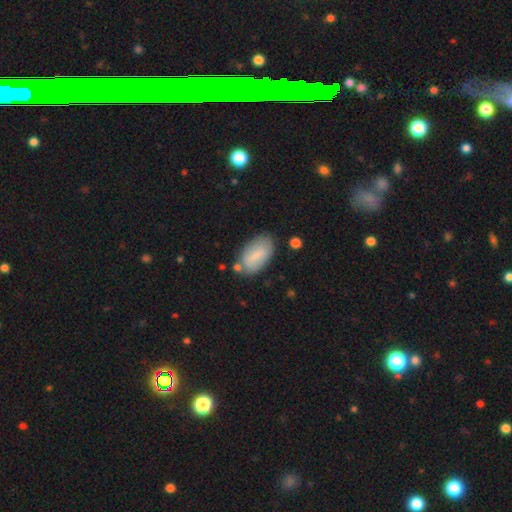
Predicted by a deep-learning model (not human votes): A smooth galaxy with no disk features (74%) that is in between round and cigar-shaped (94%).

Vote fractions:
- Smooth or featured? smooth: 74% / featured or disk: 20% / star or artifact: 6%
- How rounded? in between: 94% / round: 3% / cigar-shaped: 3%
- Merging? none: 71% / minor disturbance: 19% / merger: 5% / major disturbance: 5%